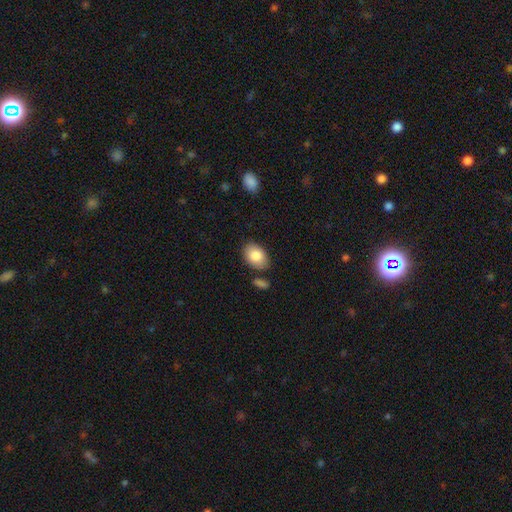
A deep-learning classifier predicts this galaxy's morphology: Overall: smooth (84%). How rounded: in between (84%). Merging: none (77%).